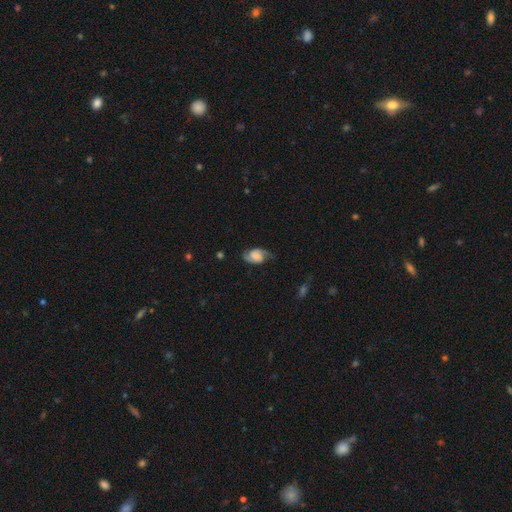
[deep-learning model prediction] Smooth or featured?
  - featured or disk: 69% *
  - smooth: 22%
  - star or artifact: 8%
Edge-on disk?
  - no: 97% *
  - yes: 3%
Bar?
  - no: 55% *
  - weak: 34%
  - strong: 11%
Spiral arms?
  - yes: 94% *
  - no: 6%
Spiral winding?
  - medium: 45% *
  - loose: 30%
  - tight: 26%
Spiral arm count?
  - 2: 88% *
  - 1: 5%
  - can't tell: 5%
  - 3: 1%
  - 4: 1%
  - more than 4: 1%
Bulge size?
  - none: 40% *
  - large: 21%
  - small: 17%
  - moderate: 14%
  - dominant: 8%
Merging?
  - none: 67% *
  - minor disturbance: 22%
  - major disturbance: 10%
  - merger: 2%